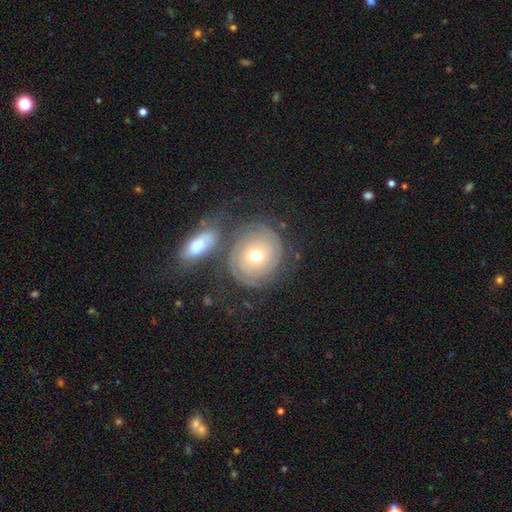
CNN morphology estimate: featured or disk 70%, smooth 23%, star or artifact 7%. Down the decision tree: edge-on disk — no (96%); bar — no (77%); spiral arms — yes (86%); spiral arm count — 2 (47%); spiral winding — tight (78%); bulge size — moderate (71%); merging — none (59%).